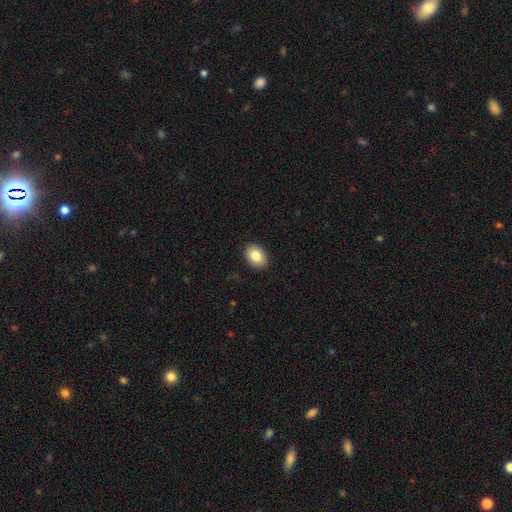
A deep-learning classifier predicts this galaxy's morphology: The model was most divided on "how rounded": in between: 71%, round: 28%, cigar-shaped: 1%. More confident: merging — none (91%); smooth or featured — smooth (84%).